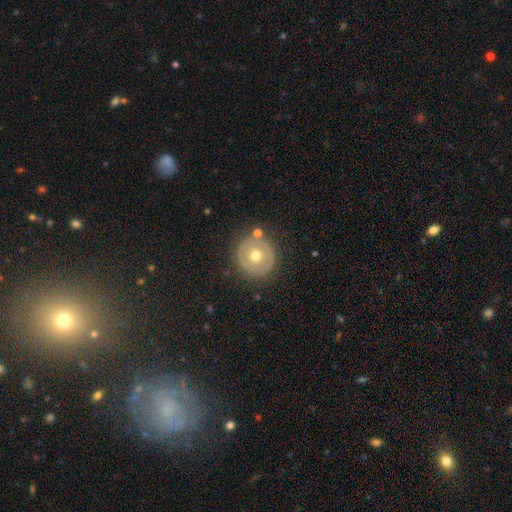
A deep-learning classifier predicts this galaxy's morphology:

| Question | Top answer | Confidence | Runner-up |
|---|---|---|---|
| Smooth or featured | smooth | 46% | tied: featured or disk (46%) |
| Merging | none | 82% | minor disturbance (10%) |